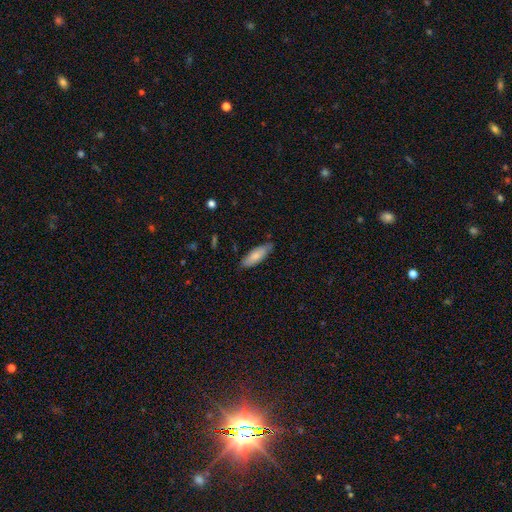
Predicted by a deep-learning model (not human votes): Overall: smooth (79%). How rounded: in between (54%; cigar-shaped 44%). Merging: none (80%).